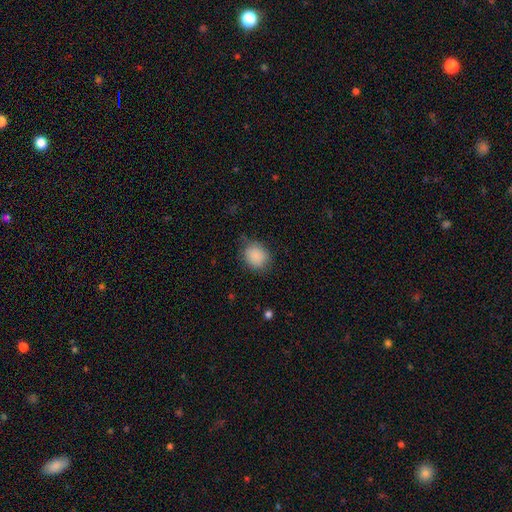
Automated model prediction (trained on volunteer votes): Smooth or featured? Predicted: smooth (p=0.88). How rounded? Predicted: round (p=0.62). Merging? Predicted: none (p=0.76).